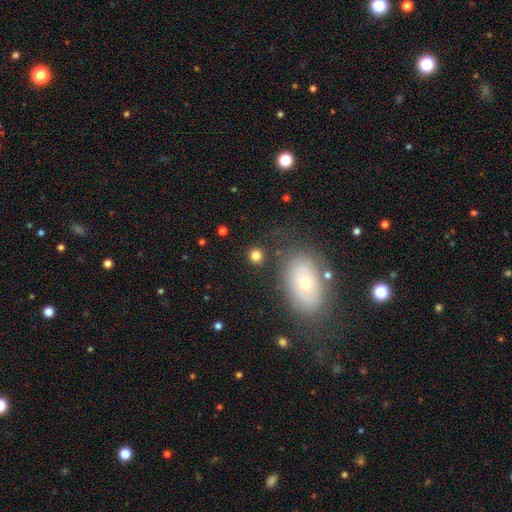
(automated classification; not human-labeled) Smooth or featured? smooth (80%)
How rounded? round (79%)
Merging? none (80%)